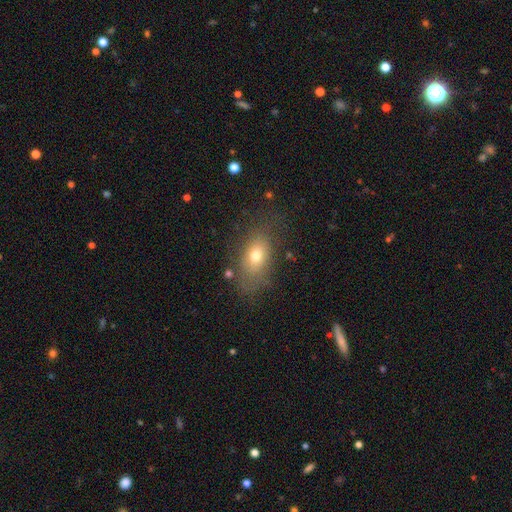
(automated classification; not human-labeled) smooth-or-featured: smooth: 68% | featured or disk: 20% | star or artifact: 12%
  how-rounded: in between: 82% | round: 14% | cigar-shaped: 4%
  merging: none: 69% | minor disturbance: 19% | major disturbance: 9% | merger: 3%